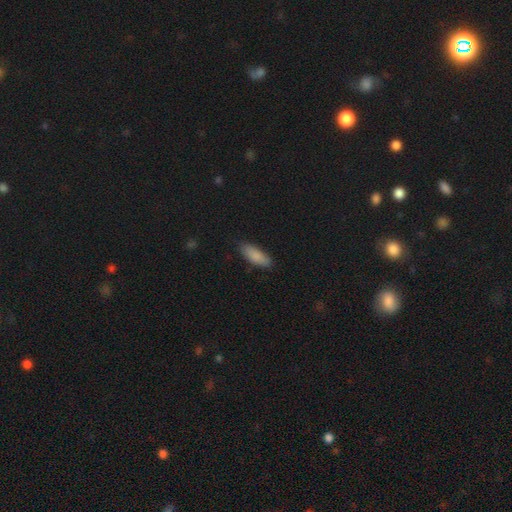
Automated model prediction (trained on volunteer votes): A smooth galaxy with no disk features (87%) that is in between round and cigar-shaped (68%). Merging: none (82%).